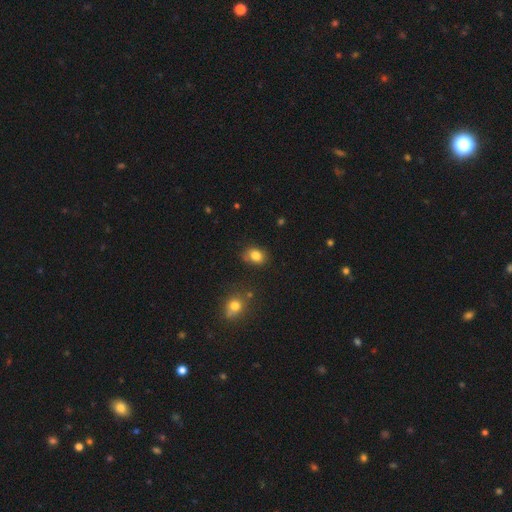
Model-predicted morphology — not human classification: Q: Smooth or featured?
A: smooth (82%); runner-up: star or artifact (11%)
Q: How rounded?
A: in between (60%); runner-up: round (39%)
Q: Merging?
A: none (72%); runner-up: minor disturbance (19%)